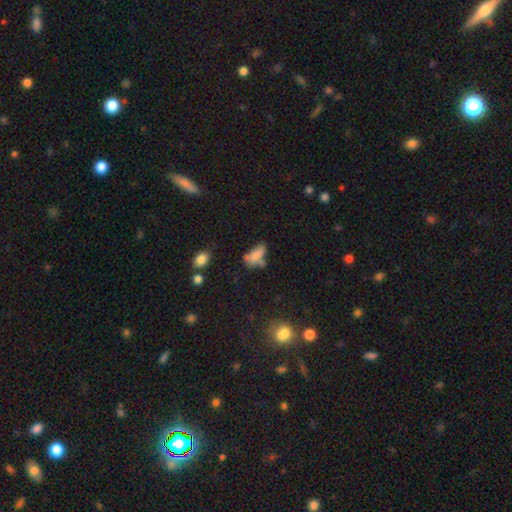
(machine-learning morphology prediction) This appears to be a smooth galaxy with no disk features (75%) that is in between round and cigar-shaped (82%). Merging: none (38%).